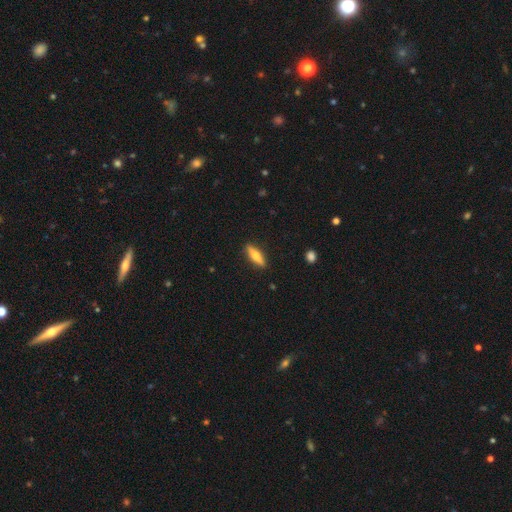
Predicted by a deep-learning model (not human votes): The model was most divided on "smooth or featured": smooth: 62%, featured or disk: 32%, star or artifact: 6%. More confident: merging — none (89%); how rounded — cigar-shaped (66%).